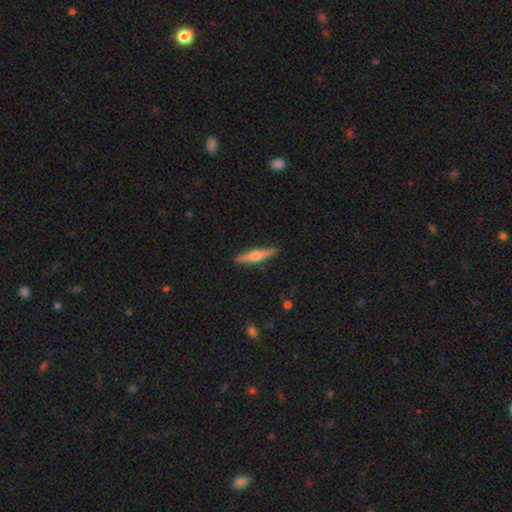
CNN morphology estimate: Smooth or featured: featured or disk — 48% (smooth — 46%)
Merging: none — 89% (minor disturbance — 8%)